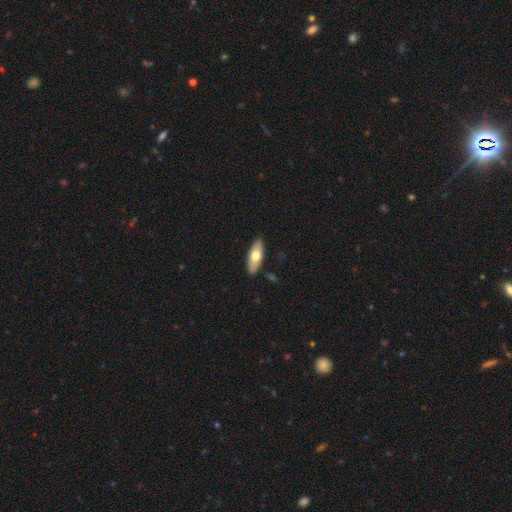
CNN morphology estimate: smooth-or-featured: smooth: 66% | featured or disk: 28% | star or artifact: 6%
  how-rounded: in between: 75% | cigar-shaped: 23% | round: 2%
  merging: none: 89% | minor disturbance: 8% | major disturbance: 2% | merger: 2%